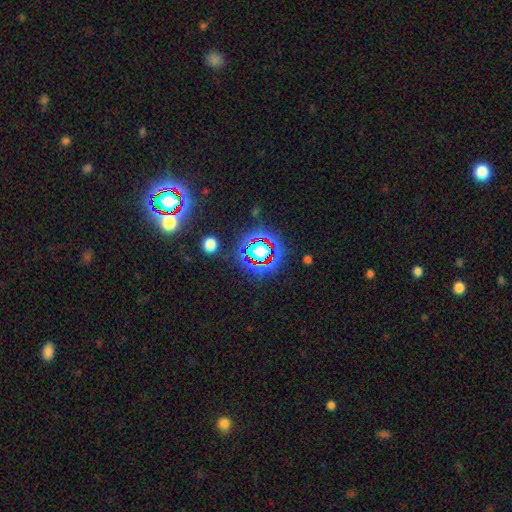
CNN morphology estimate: A star or artifact, not a galaxy (82%).

Vote fractions:
- Smooth or featured? star or artifact: 82% / smooth: 11% / featured or disk: 8%